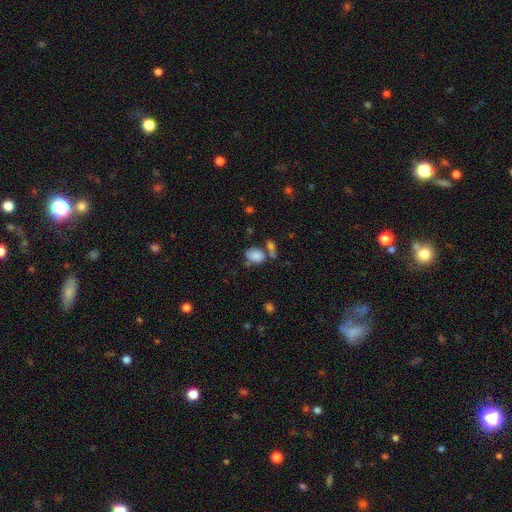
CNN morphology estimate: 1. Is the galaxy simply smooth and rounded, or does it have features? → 81% smooth, 10% featured or disk, 9% star or artifact.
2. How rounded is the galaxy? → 76% in between, 22% round, 2% cigar-shaped.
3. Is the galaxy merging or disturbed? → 45% none, 29% merger, 18% minor disturbance, 8% major disturbance.